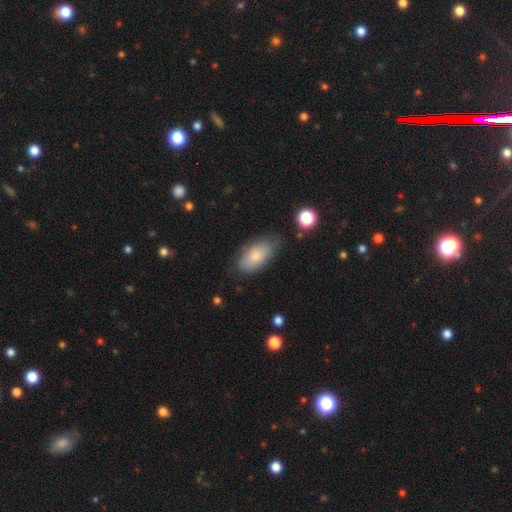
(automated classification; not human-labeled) smooth-or-featured: smooth: 78% | featured or disk: 15% | star or artifact: 7%
  how-rounded: in between: 92% | cigar-shaped: 5% | round: 3%
  merging: none: 67% | minor disturbance: 24% | major disturbance: 6% | merger: 3%